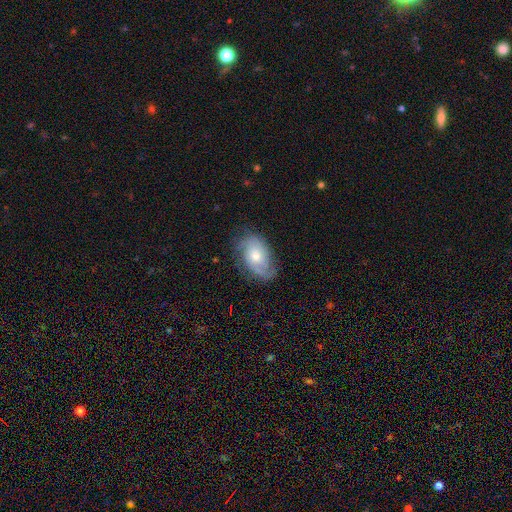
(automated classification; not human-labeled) This is likely a featured or disk galaxy (73%). It is clearly not viewed edge-on (95%). Bar: likely no (76%). Spiral arm pattern: clearly yes (92%). Spiral arm count: possibly 2 (48%). Spiral winding: possibly tight (48%). Central bulge: likely moderate (62%). Merging: likely none (72%).